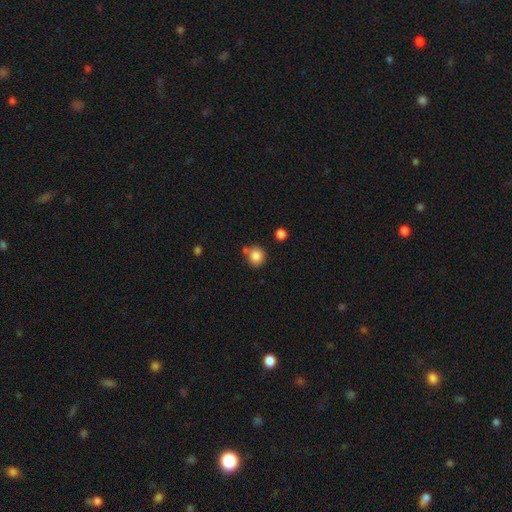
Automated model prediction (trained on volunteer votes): Overall: smooth (84%). How rounded: round (88%). Merging: none (69%).